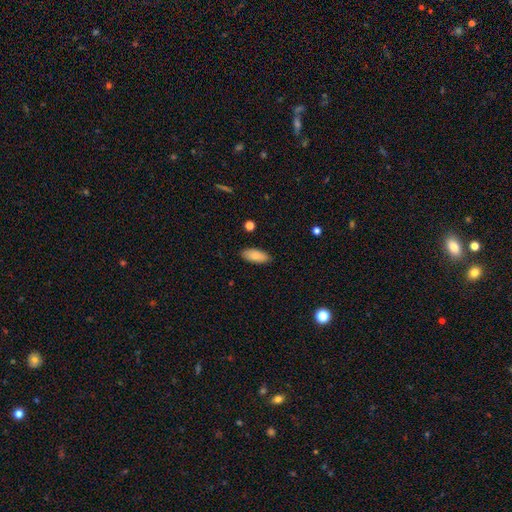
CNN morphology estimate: Smooth or featured?
  - smooth: 85% *
  - featured or disk: 8%
  - star or artifact: 7%
How rounded?
  - in between: 86% *
  - cigar-shaped: 12%
  - round: 2%
Merging?
  - none: 87% *
  - minor disturbance: 9%
  - major disturbance: 2%
  - merger: 1%